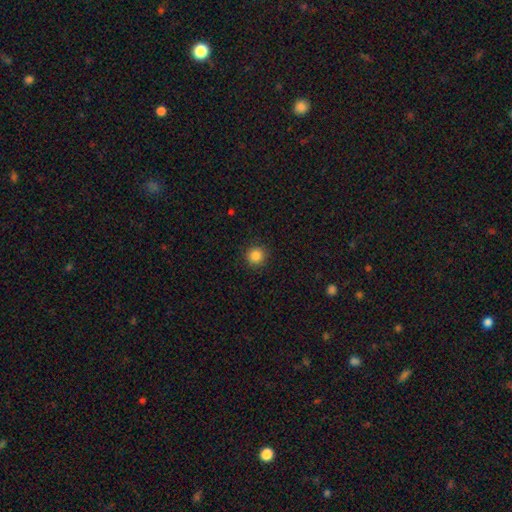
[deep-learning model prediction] Overall: smooth (86%). How rounded: round (94%). Merging: none (91%).